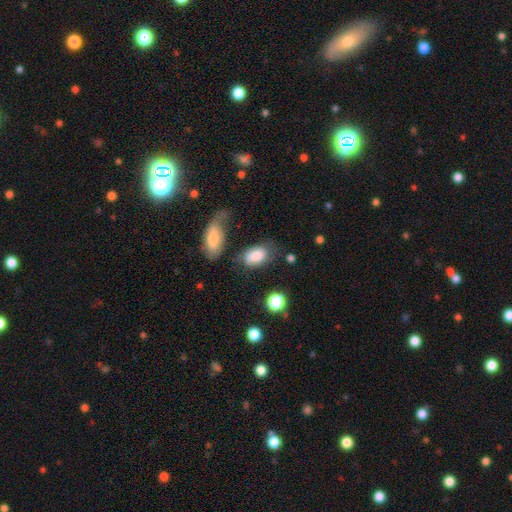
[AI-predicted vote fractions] A smooth galaxy with no disk features (79%) that is in between round and cigar-shaped (89%).

Vote fractions:
- Smooth or featured? smooth: 79% / featured or disk: 13% / star or artifact: 8%
- How rounded? in between: 89% / round: 9% / cigar-shaped: 2%
- Merging? none: 52% / minor disturbance: 25% / major disturbance: 12% / merger: 12%